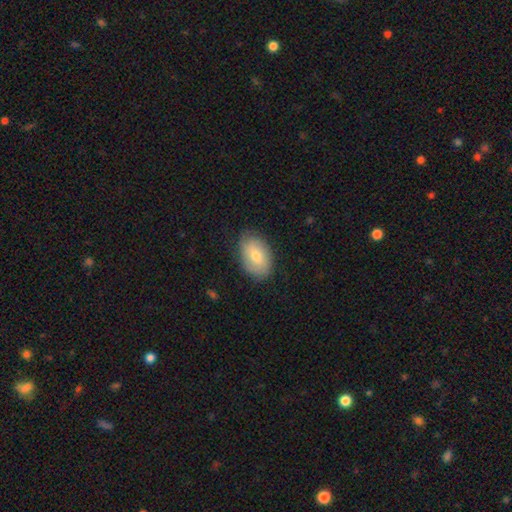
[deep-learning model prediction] Morphology: type=smooth (70%); roundness=in between (89%); merging=none (78%).